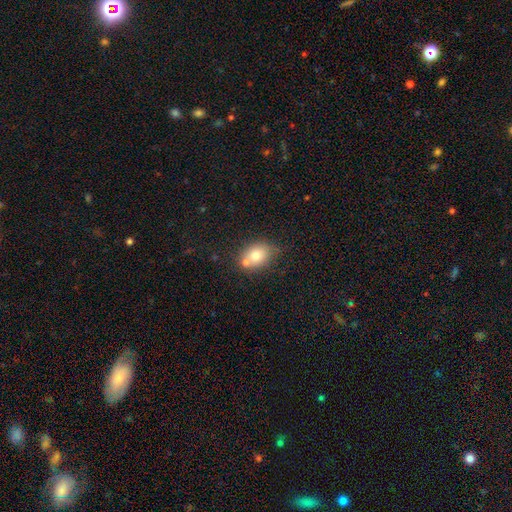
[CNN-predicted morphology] smooth-or-featured: smooth: 72% | featured or disk: 17% | star or artifact: 10%
  how-rounded: in between: 59% | round: 40% | cigar-shaped: 1%
  merging: none: 53% | merger: 29% | minor disturbance: 14% | major disturbance: 4%